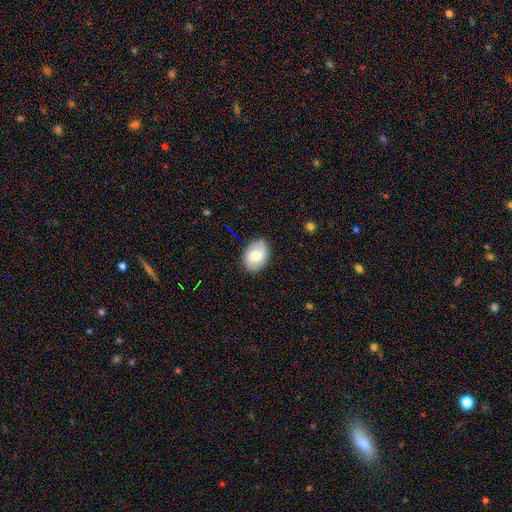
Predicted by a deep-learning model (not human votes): Overall: smooth (62%; featured or disk 31%). How rounded: in between (78%). Merging: none (83%).